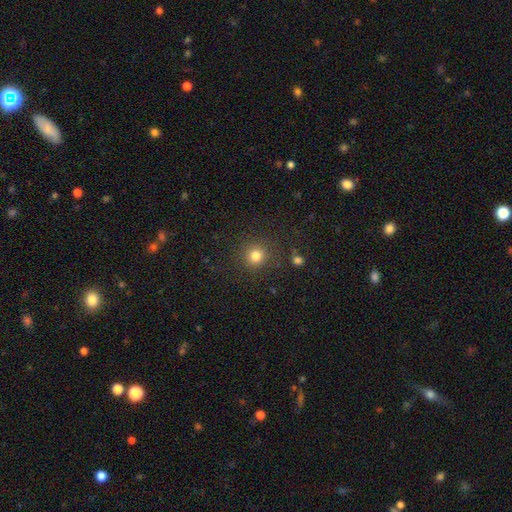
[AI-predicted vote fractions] This is clearly a smooth galaxy (81%). How rounded: clearly round (92%). Merging: clearly none (86%).